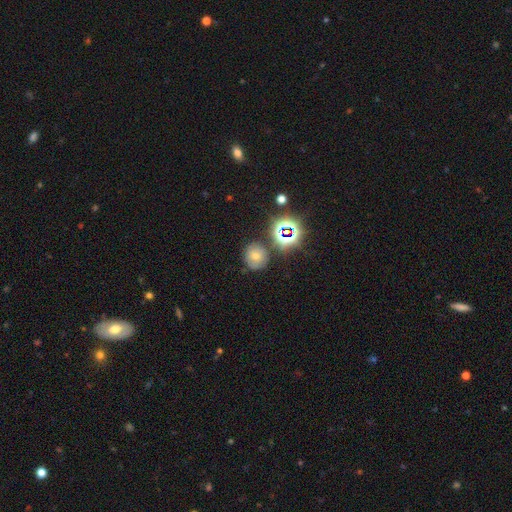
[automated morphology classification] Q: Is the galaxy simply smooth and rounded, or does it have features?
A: smooth — 60%.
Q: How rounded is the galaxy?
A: round — 82%.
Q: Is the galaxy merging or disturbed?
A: none — 73%.